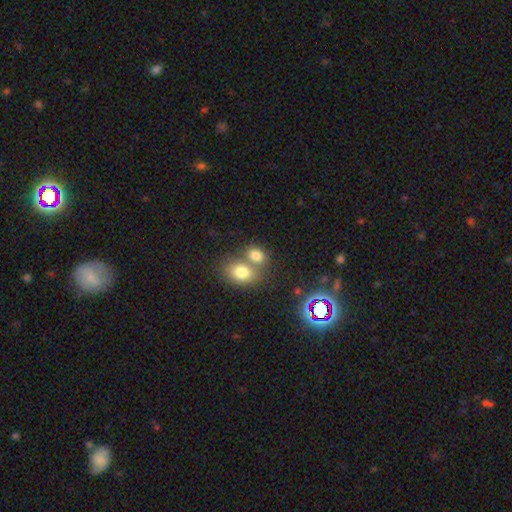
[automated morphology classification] Overall: smooth (77%). How rounded: in between (66%; round 33%). Merging: merger (51%; none 37%).